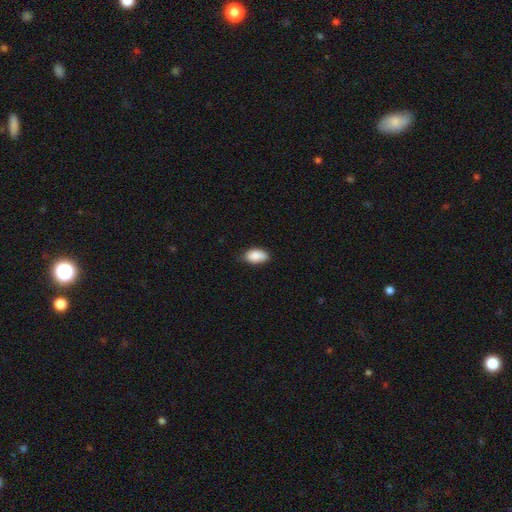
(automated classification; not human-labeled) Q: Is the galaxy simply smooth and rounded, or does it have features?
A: smooth — 88%.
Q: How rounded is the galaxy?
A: in between — 93%.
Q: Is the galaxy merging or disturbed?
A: none — 70%.